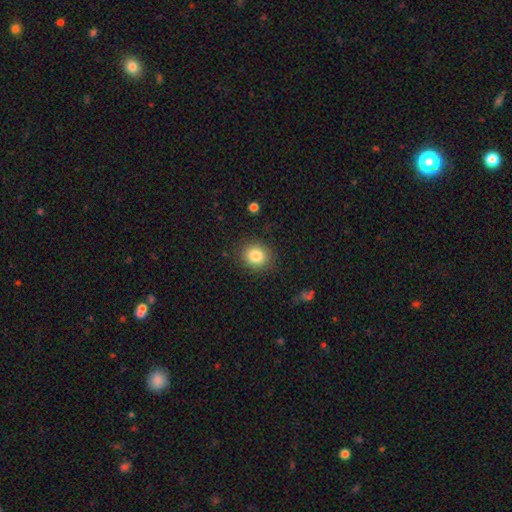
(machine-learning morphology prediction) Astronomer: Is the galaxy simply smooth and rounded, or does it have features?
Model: smooth — 83%.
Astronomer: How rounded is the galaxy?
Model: round — 76%.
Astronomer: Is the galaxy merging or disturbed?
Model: none — 87%.